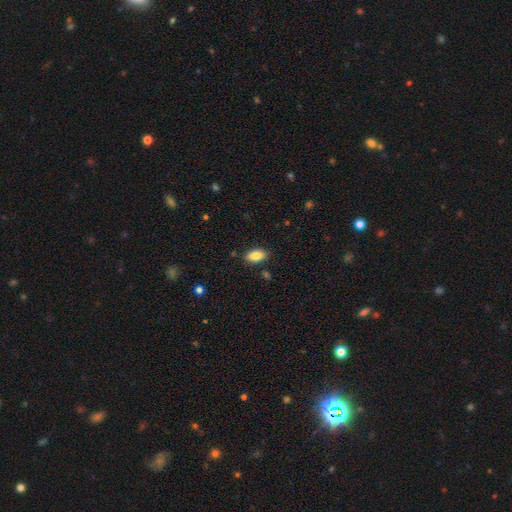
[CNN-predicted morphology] type=smooth (84%); roundness=in between (91%); merging=none (85%).